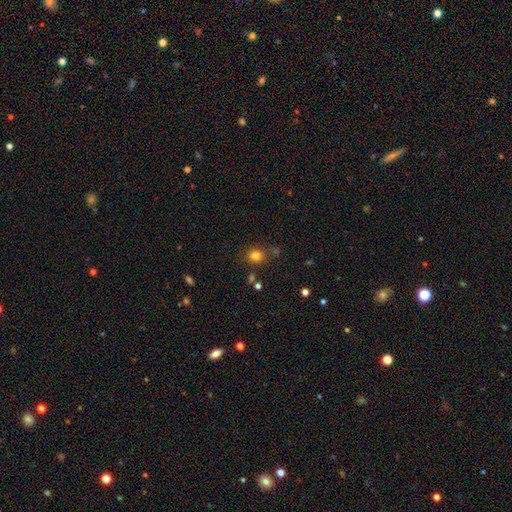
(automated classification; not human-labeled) The model was most divided on "how rounded": round: 70%, in between: 29%, cigar-shaped: 1%. More confident: smooth or featured — smooth (79%); merging — none (76%).